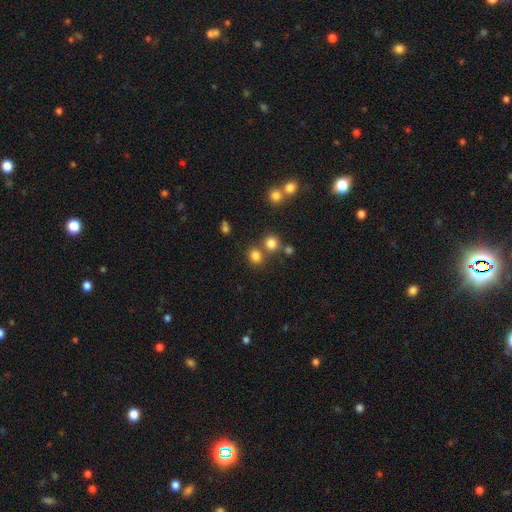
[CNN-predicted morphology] The model was most divided on "how rounded": round: 68%, in between: 31%, cigar-shaped: 1%. More confident: smooth or featured — smooth (78%); merging — none (64%).